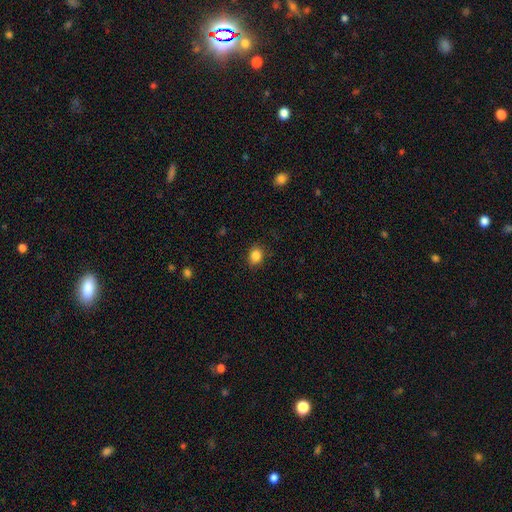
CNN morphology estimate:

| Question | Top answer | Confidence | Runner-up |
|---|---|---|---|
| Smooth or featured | smooth | 86% | star or artifact (10%) |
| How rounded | in between | 53% | round (46%) |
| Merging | none | 85% | minor disturbance (11%) |